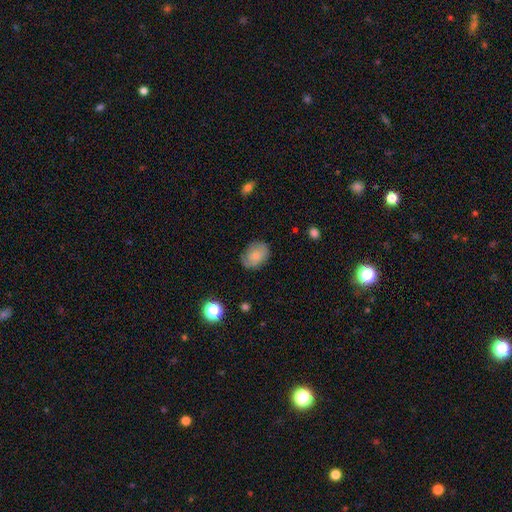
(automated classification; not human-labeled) This appears to be a smooth galaxy with no disk features (69%) that is in between round and cigar-shaped (69%). Merging: none (75%).